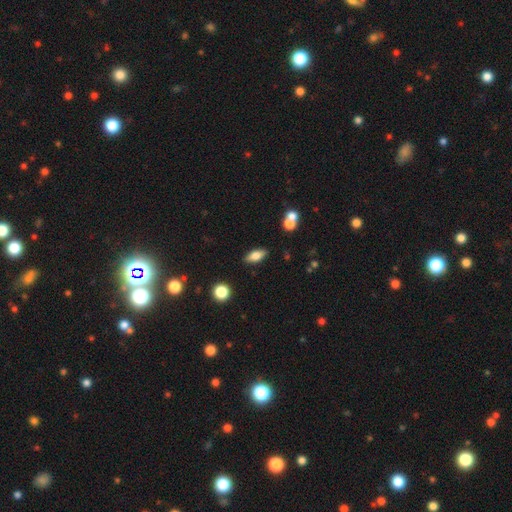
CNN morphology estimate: Smooth or featured? Predicted: smooth (p=0.71). How rounded? Predicted: in between (p=0.80). Merging? Predicted: none (p=0.85).